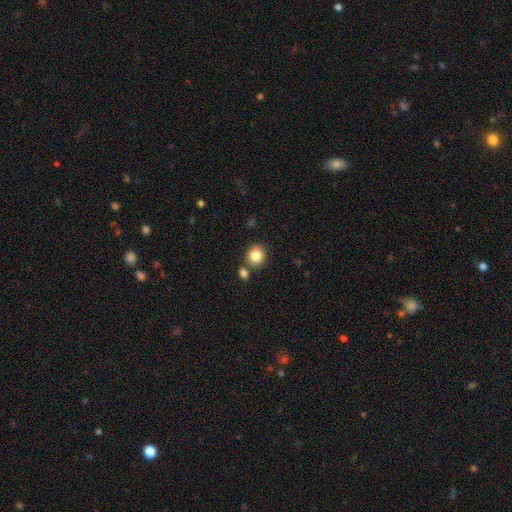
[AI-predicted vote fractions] Q: Smooth or featured?
A: smooth (83%); runner-up: star or artifact (10%)
Q: How rounded?
A: round (84%); runner-up: in between (15%)
Q: Merging?
A: none (73%); runner-up: merger (14%)